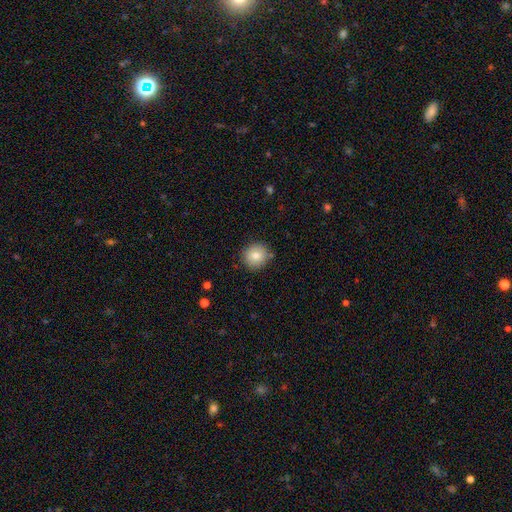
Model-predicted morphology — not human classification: smooth-or-featured: smooth: 82% | star or artifact: 9% | featured or disk: 9%
  how-rounded: round: 89% | in between: 10% | cigar-shaped: 1%
  merging: none: 86% | minor disturbance: 10% | major disturbance: 2% | merger: 2%